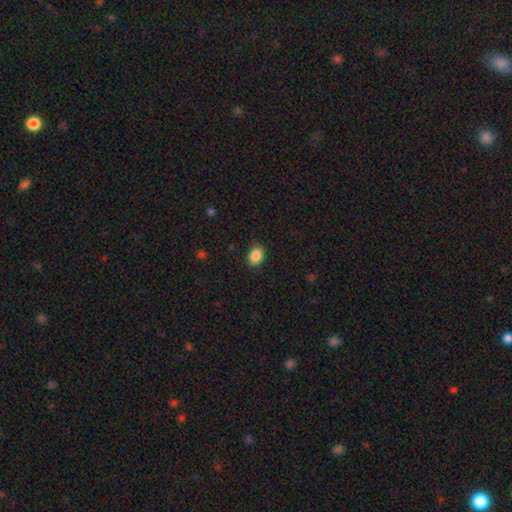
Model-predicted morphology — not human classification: type=smooth (87%); roundness=in between (68%); merging=none (83%).